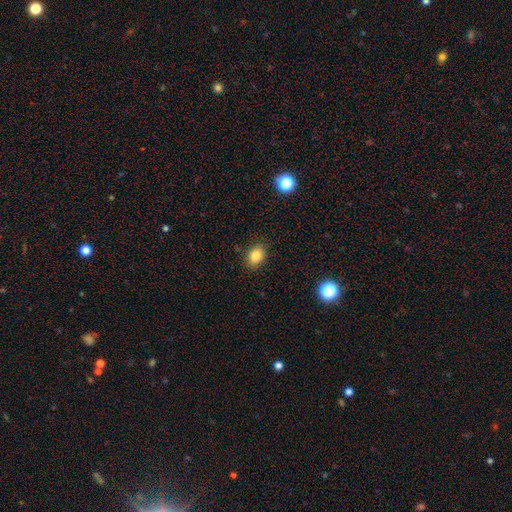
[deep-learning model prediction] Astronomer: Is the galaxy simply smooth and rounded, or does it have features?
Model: smooth — 83%.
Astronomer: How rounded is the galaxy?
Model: in between — 70%.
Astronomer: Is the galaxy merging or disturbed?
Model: none — 86%.